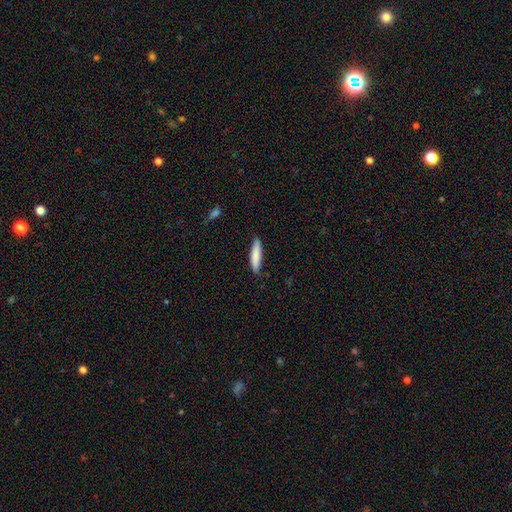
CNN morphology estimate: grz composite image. It shows a smooth galaxy with no disk features (83%) that is cigar-shaped (83%). Merging: none (82%).